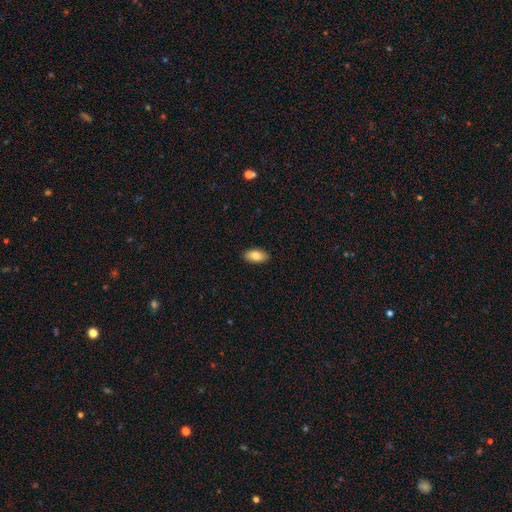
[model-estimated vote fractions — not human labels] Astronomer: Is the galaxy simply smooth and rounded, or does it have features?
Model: smooth — 86%.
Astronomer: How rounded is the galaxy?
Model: in between — 93%.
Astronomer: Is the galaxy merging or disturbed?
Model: none — 89%.